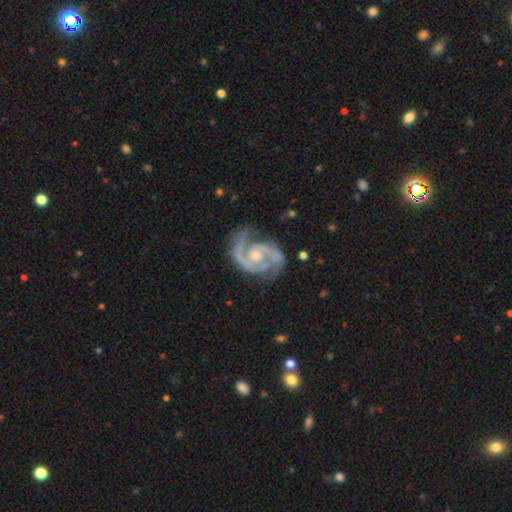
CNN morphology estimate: Smooth or featured? Predicted: featured or disk (p=0.93). Edge-on disk? Predicted: no (p=0.98). Bar? Predicted: no (p=0.58). Spiral arms? Predicted: yes (p=0.98). Spiral winding? Predicted: medium (p=0.52). Spiral arm count? Predicted: 2 (p=0.88). Bulge size? Predicted: moderate (p=0.53). Merging? Predicted: none (p=0.71).